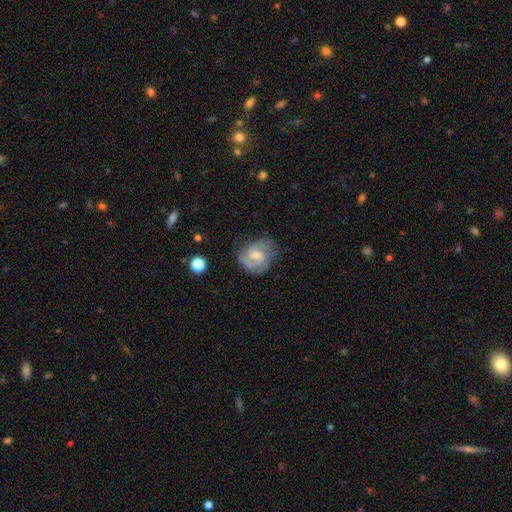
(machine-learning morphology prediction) A featured or disk galaxy (86%) with a weak bar (55%), 2 (78%) medium (46%, tied with tight) spiral arms (97%) and a small central bulge (53%). Merging: none (73%).